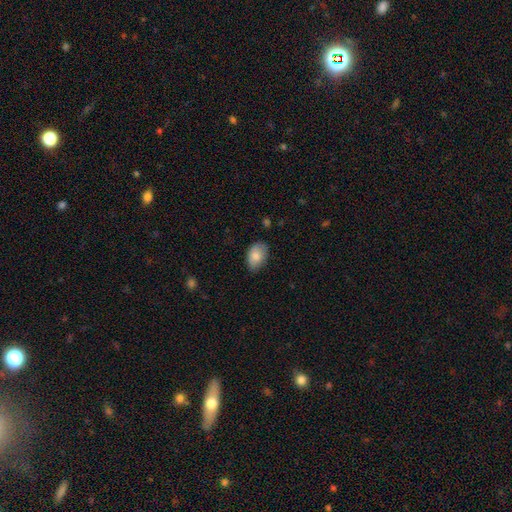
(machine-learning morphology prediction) smooth_or_featured: smooth (p=0.83) [alt: featured or disk p=0.11]
how_rounded: in between (p=0.89) [alt: round p=0.09]
merging: none (p=0.76) [alt: minor disturbance p=0.19]